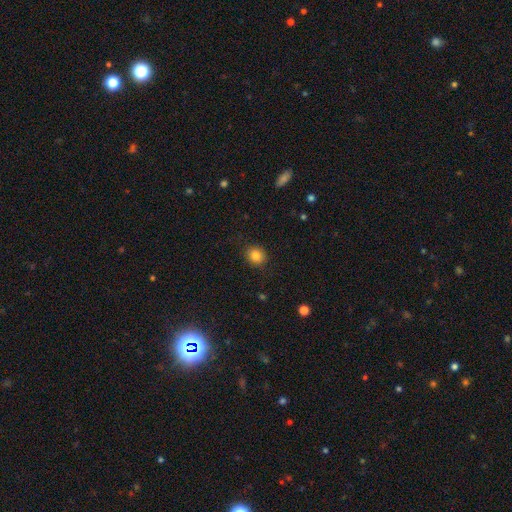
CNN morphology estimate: Q: Smooth or featured?
A: smooth (83%); runner-up: star or artifact (11%)
Q: How rounded?
A: round (80%); runner-up: in between (19%)
Q: Merging?
A: none (89%); runner-up: minor disturbance (8%)